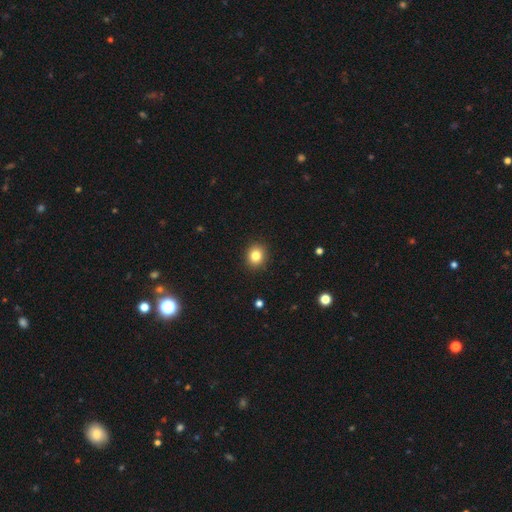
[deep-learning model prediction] The model was most divided on "how rounded": round: 74%, in between: 25%, cigar-shaped: 1%. More confident: merging — none (91%); smooth or featured — smooth (83%).